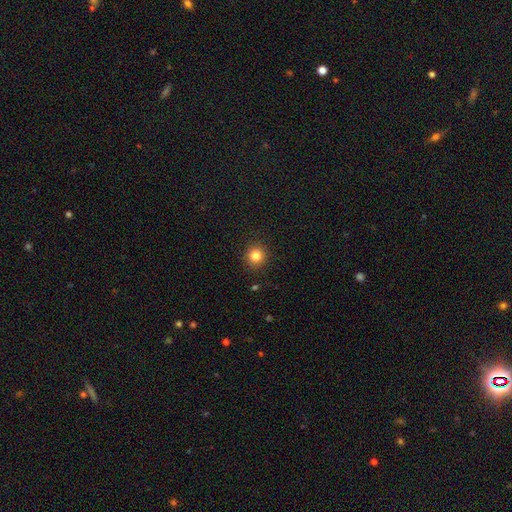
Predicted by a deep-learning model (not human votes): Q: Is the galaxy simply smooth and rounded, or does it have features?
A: smooth — 83%.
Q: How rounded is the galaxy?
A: round — 93%.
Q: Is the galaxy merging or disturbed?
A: none — 91%.